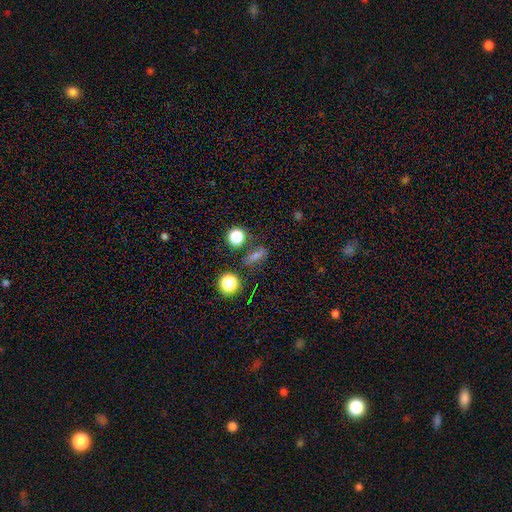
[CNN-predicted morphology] Smooth or featured? smooth (55%)
How rounded? in between (50%)
Merging? none (76%)